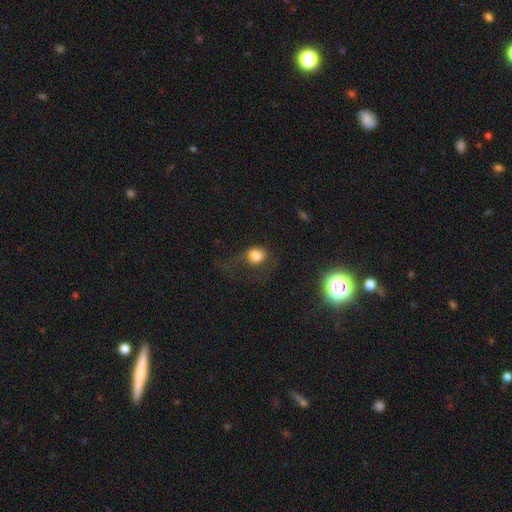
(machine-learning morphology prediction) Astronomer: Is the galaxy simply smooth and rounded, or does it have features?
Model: smooth — 78%.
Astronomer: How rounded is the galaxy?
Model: round — 66%.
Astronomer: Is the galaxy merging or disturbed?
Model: none — 39% (runner-up: major disturbance, 35%).